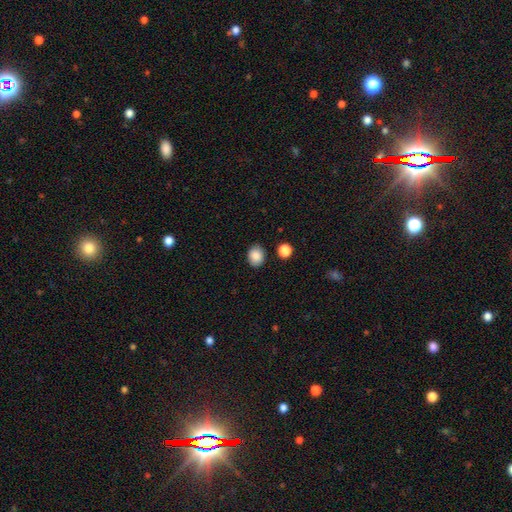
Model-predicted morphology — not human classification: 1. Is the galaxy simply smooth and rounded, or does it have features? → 87% smooth, 9% star or artifact, 5% featured or disk.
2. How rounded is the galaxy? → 56% round, 43% in between, 1% cigar-shaped.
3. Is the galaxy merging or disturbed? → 86% none, 9% minor disturbance, 3% merger, 2% major disturbance.